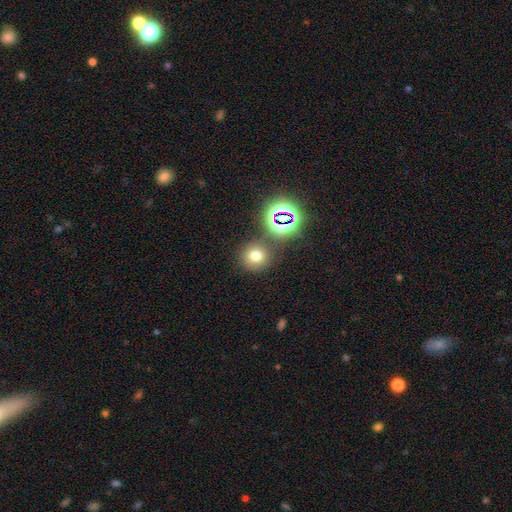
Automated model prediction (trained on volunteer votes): smooth-or-featured: smooth: 68% | star or artifact: 23% | featured or disk: 9%
  how-rounded: round: 88% | in between: 11% | cigar-shaped: 1%
  merging: none: 77% | merger: 10% | minor disturbance: 9% | major disturbance: 4%